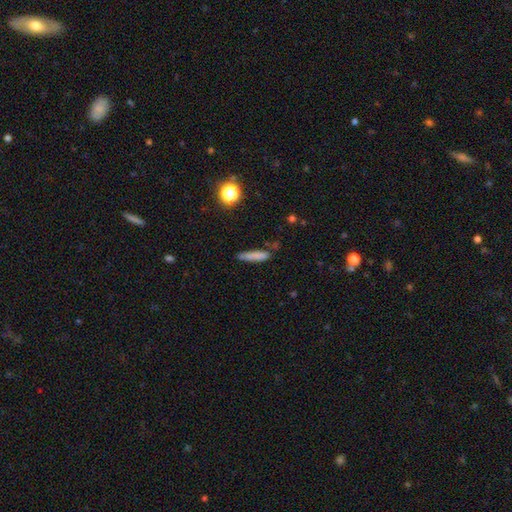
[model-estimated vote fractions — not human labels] Smooth or featured? Predicted: smooth (p=0.78). How rounded? Predicted: cigar-shaped (p=0.85). Merging? Predicted: none (p=0.72).